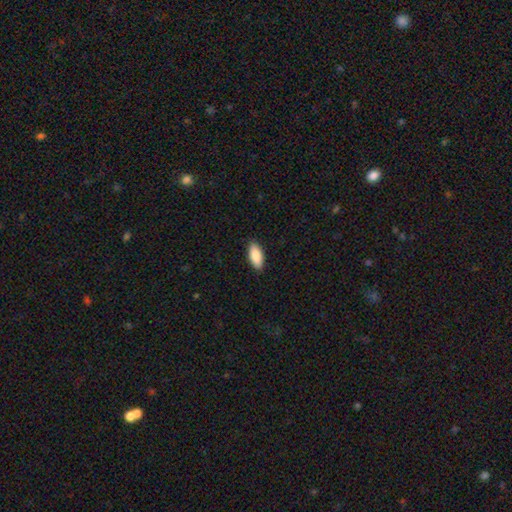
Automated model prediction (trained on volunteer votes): This appears to be a smooth galaxy with no disk features (88%) that is in between round and cigar-shaped (87%). Merging: none (89%).